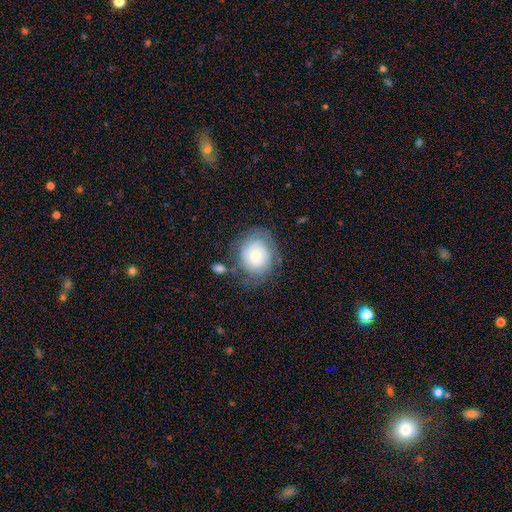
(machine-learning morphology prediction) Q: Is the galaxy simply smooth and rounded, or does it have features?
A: smooth — 46%, tied with featured or disk.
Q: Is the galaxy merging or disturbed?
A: none — 64%.